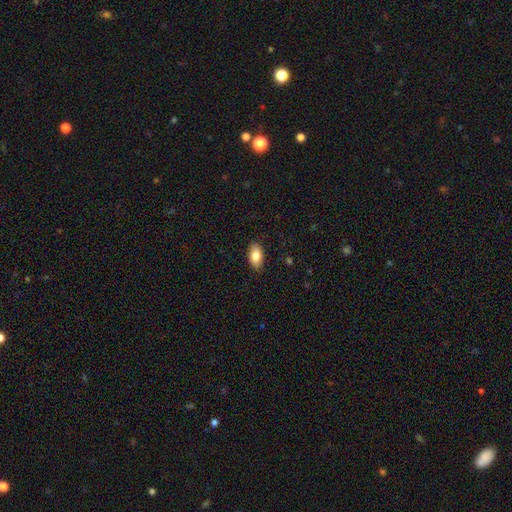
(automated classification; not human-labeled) Morphology: type=smooth (84%); roundness=in between (92%); merging=none (88%).